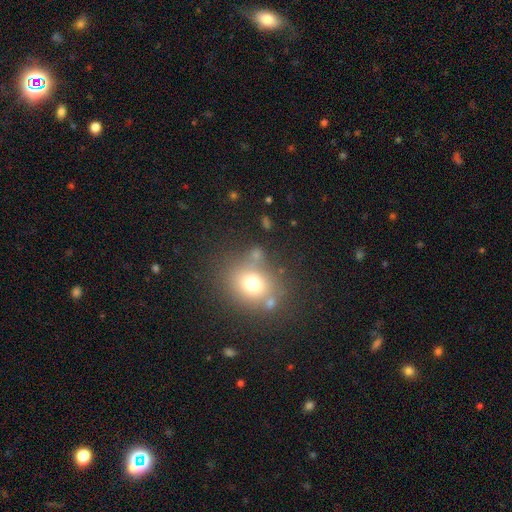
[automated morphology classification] Smooth or featured: smooth — 71% (star or artifact — 16%)
How rounded: round — 65% (in between — 34%)
Merging: none — 69% (minor disturbance — 13%)